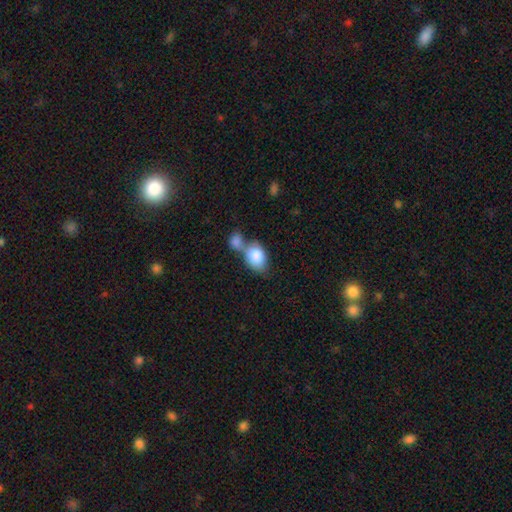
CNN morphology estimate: This is clearly a smooth galaxy (82%). How rounded: likely in between (76%). Merging: possibly merger (58%).